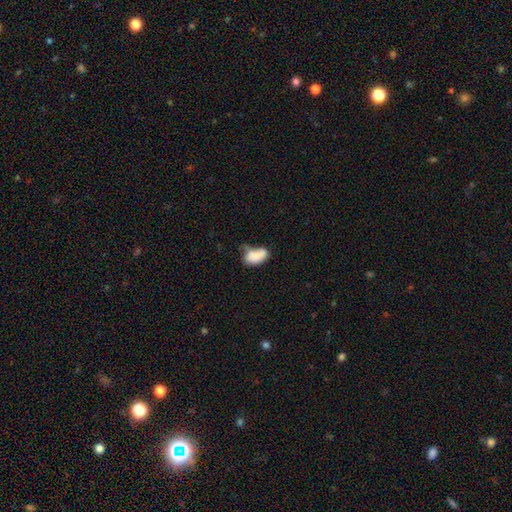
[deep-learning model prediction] The model was most divided on "merging": none: 32%, minor disturbance: 30%, merger: 23%, major disturbance: 15%. More confident: how rounded — in between (91%); smooth or featured — smooth (77%).